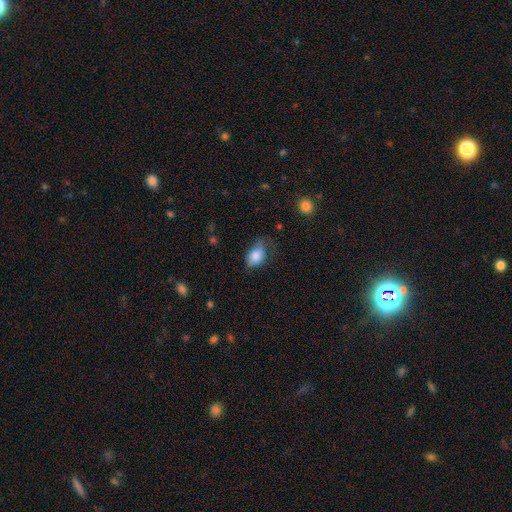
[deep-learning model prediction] Morphology: type=smooth (82%); roundness=in between (89%); merging=none (42%).